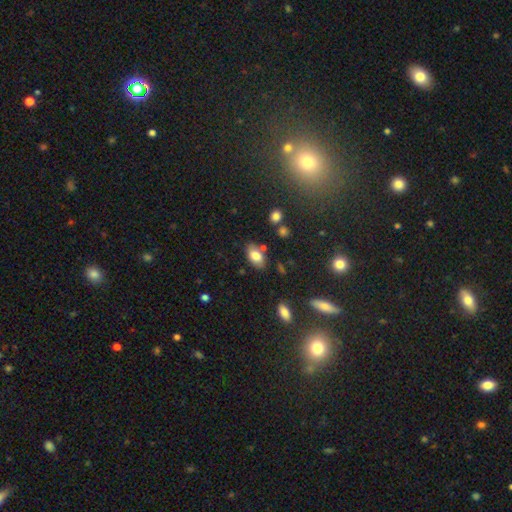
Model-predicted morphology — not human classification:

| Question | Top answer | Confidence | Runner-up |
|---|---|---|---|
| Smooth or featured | smooth | 79% | featured or disk (13%) |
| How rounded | in between | 92% | round (6%) |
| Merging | none | 76% | minor disturbance (15%) |